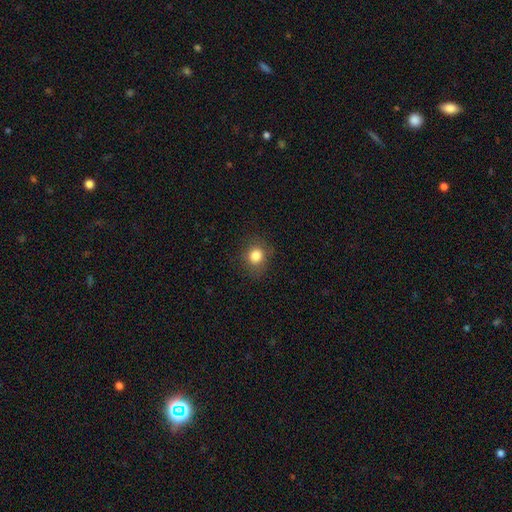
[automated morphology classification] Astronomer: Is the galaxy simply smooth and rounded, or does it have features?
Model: smooth — 83%.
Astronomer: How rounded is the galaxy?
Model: round — 76%.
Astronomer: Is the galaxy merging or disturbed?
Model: none — 82%.